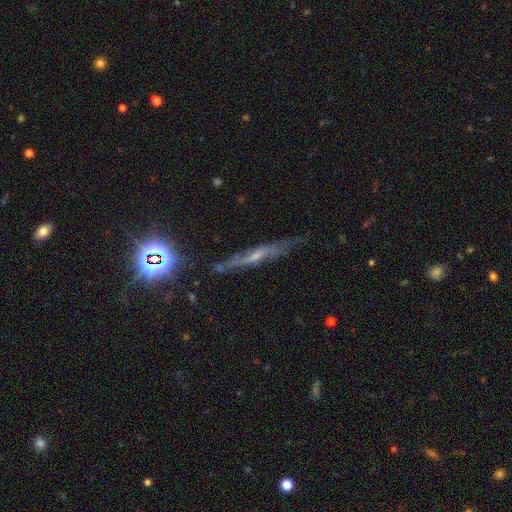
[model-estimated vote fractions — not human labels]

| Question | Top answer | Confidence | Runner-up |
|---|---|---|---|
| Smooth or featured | featured or disk | 63% | smooth (22%) |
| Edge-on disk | yes | 72% | no (28%) |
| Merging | none | 66% | minor disturbance (23%) |